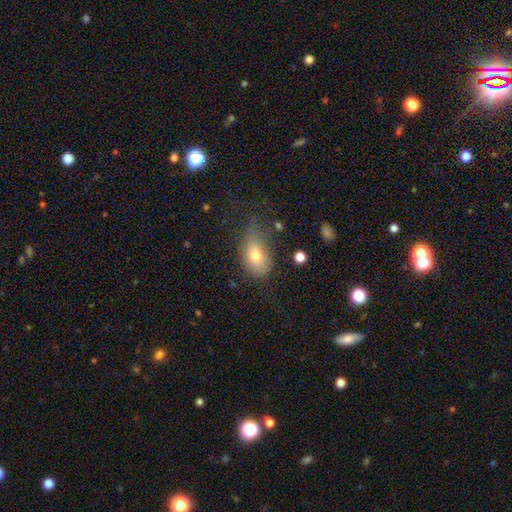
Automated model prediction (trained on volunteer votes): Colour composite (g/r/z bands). It shows a smooth galaxy with no disk features (73%) that is in between round and cigar-shaped (80%). Merging: none (47%).